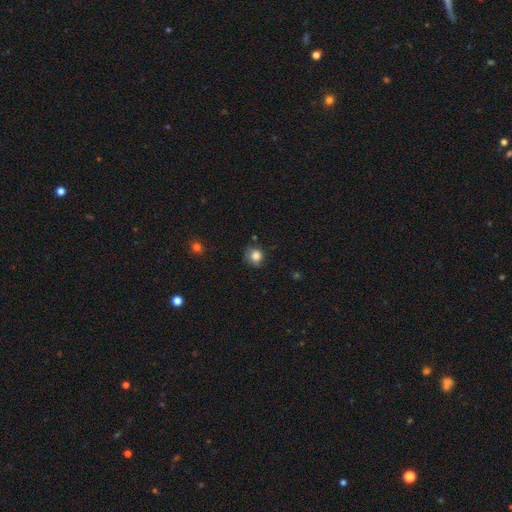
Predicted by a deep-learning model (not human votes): smooth_or_featured: smooth (p=0.84) [alt: star or artifact p=0.11]
how_rounded: round (p=0.84) [alt: in between p=0.15]
merging: none (p=0.72) [alt: minor disturbance p=0.21]